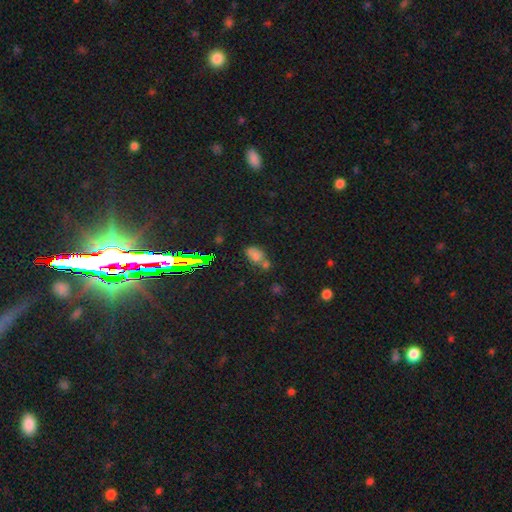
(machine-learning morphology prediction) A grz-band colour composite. It shows a smooth galaxy with no disk features (63%) that is in between round and cigar-shaped (80%). Merging: none (44%).